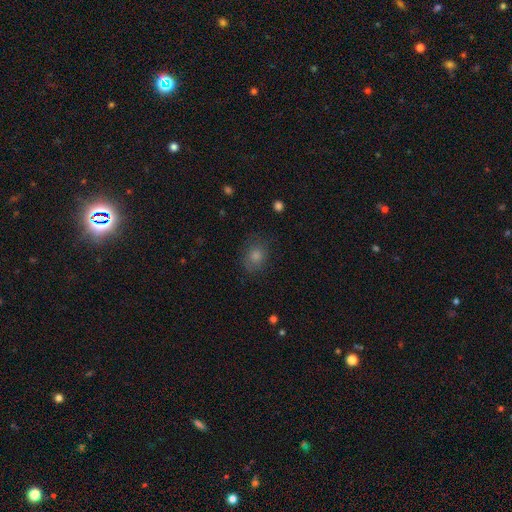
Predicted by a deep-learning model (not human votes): Morphology: type=smooth (69%); roundness=round (57%); merging=none (79%).